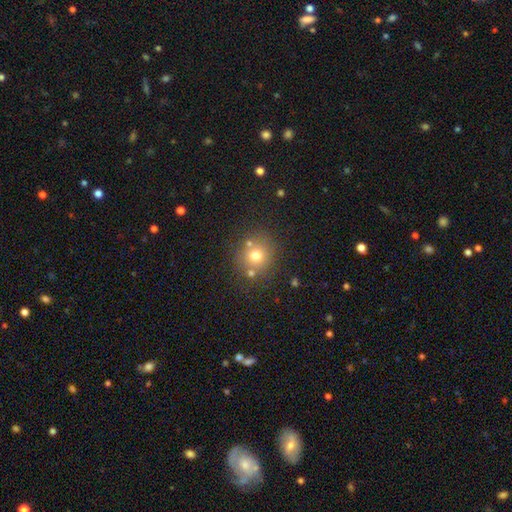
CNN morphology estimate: Smooth or featured? Predicted: smooth (p=0.71). How rounded? Predicted: round (p=0.87). Merging? Predicted: none (p=0.76).